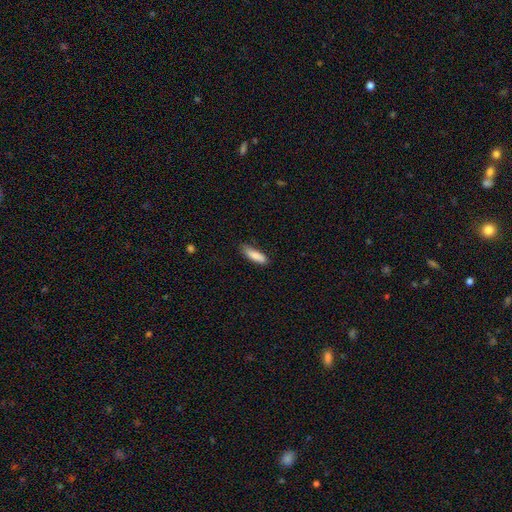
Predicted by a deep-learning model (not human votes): Smooth or featured? smooth (84%)
How rounded? cigar-shaped (55%)
Merging? none (71%)